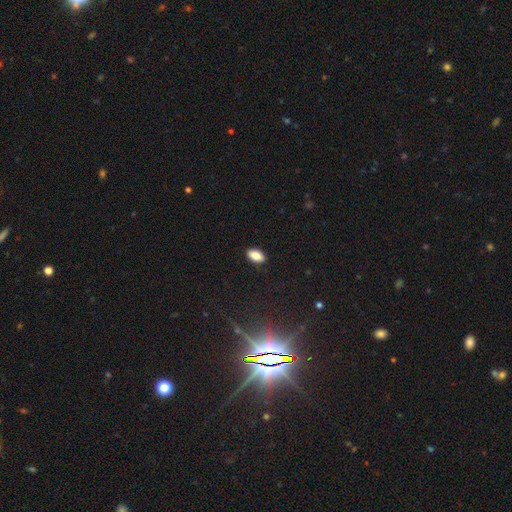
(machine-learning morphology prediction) type=smooth (83%); roundness=in between (92%); merging=none (89%).